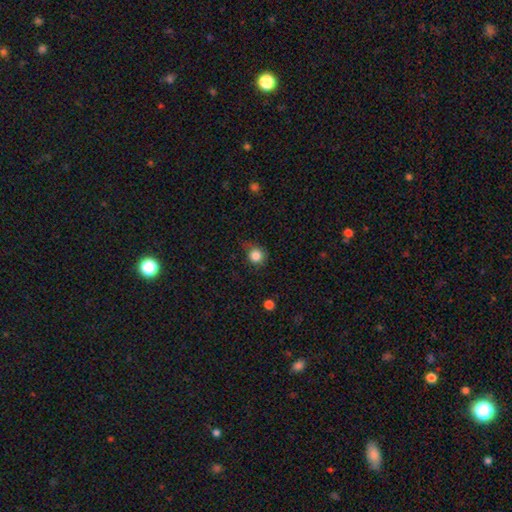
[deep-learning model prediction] smooth-or-featured: smooth: 83% | star or artifact: 11% | featured or disk: 5%
  how-rounded: round: 87% | in between: 12% | cigar-shaped: 1%
  merging: none: 66% | minor disturbance: 25% | major disturbance: 7% | merger: 2%